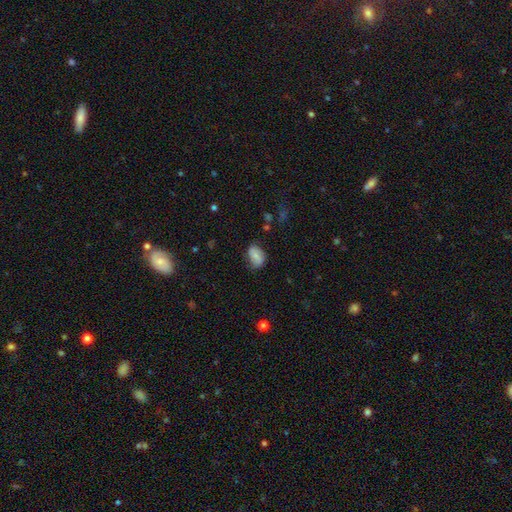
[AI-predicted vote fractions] smooth 68%, featured or disk 23%, star or artifact 9%. Down the decision tree: how rounded — in between (82%); merging — none (67%).